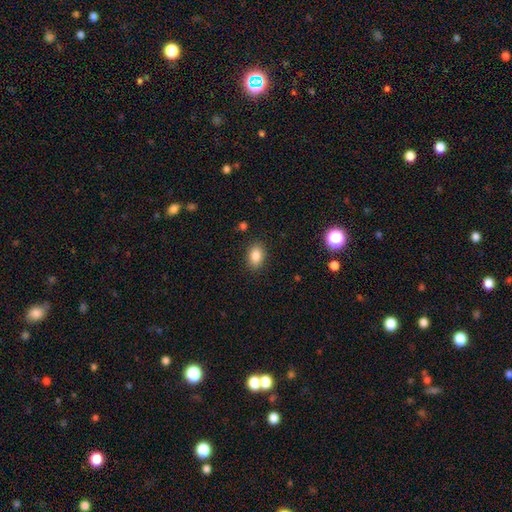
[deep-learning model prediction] A smooth galaxy with no disk features (85%) that is in between round and cigar-shaped (83%). Merging: none (87%).